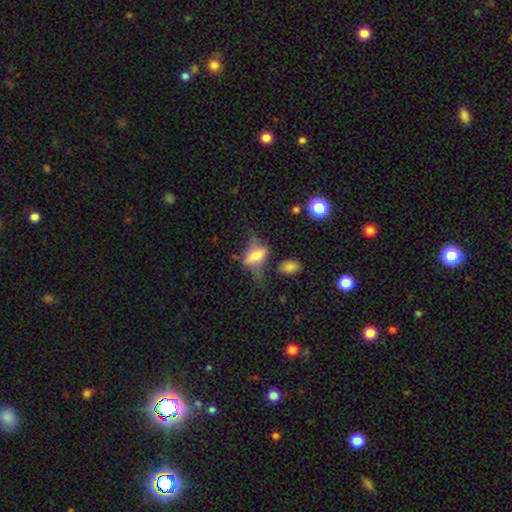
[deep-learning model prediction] This is possibly a featured or disk galaxy (55%). It is likely viewed edge-on (70%). Merging: possibly none (47%).